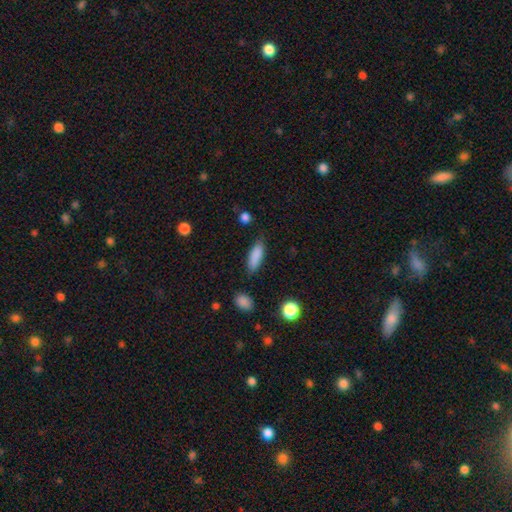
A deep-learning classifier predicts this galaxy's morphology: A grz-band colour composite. It shows a smooth galaxy with no disk features (86%) that is in between round and cigar-shaped (58%). Merging: none (79%).